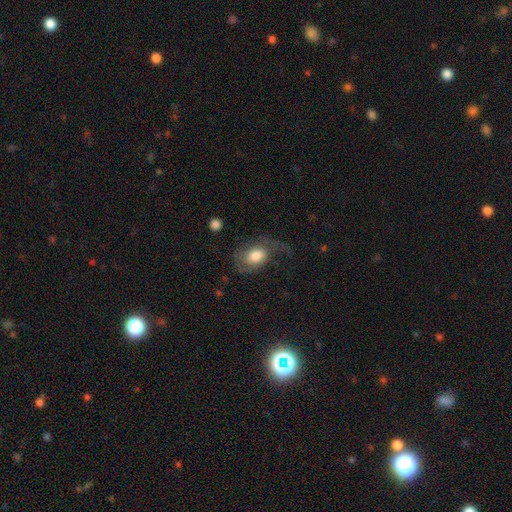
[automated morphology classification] Smooth or featured: smooth — 54% (featured or disk — 39%)
How rounded: in between — 72% (round — 27%)
Merging: major disturbance — 46% (none — 31%)